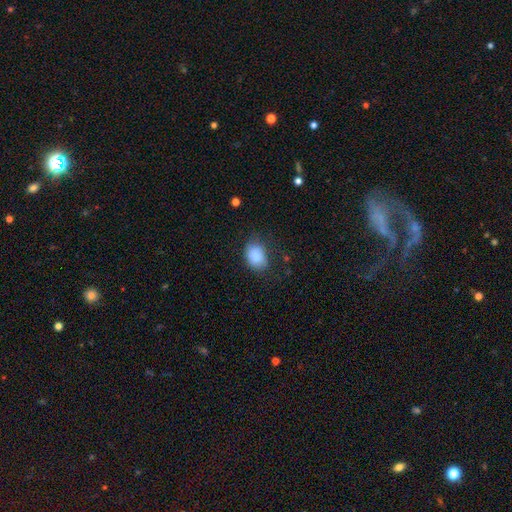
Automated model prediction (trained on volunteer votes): smooth-or-featured: smooth: 86% | star or artifact: 7% | featured or disk: 6%
  how-rounded: in between: 75% | round: 23% | cigar-shaped: 1%
  merging: none: 64% | minor disturbance: 26% | major disturbance: 8% | merger: 2%